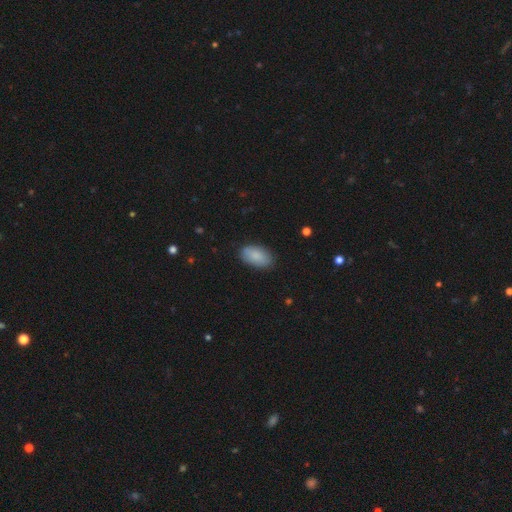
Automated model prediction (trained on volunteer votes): smooth 87%, featured or disk 7%, star or artifact 6%. Down the decision tree: how rounded — in between (94%); merging — none (82%).